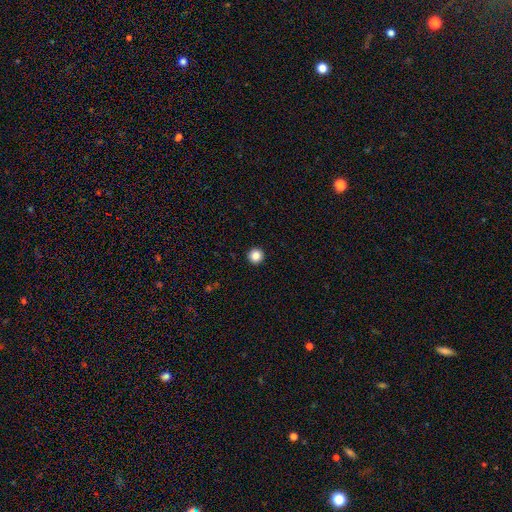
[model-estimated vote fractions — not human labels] The model was most divided on "smooth or featured": smooth: 86%, star or artifact: 10%, featured or disk: 4%. More confident: how rounded — round (97%); merging — none (94%).